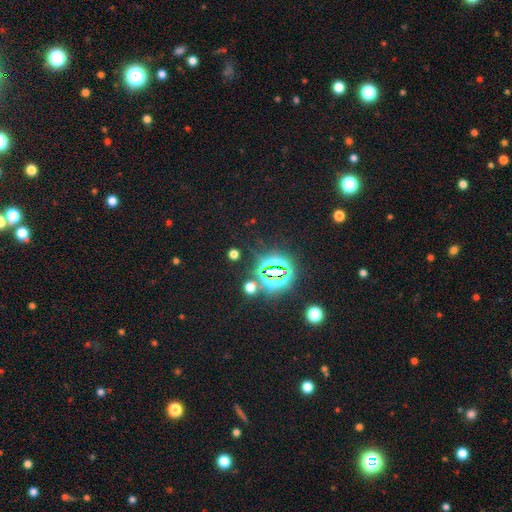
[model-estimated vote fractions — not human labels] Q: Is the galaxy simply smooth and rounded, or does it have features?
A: star or artifact — 78%.